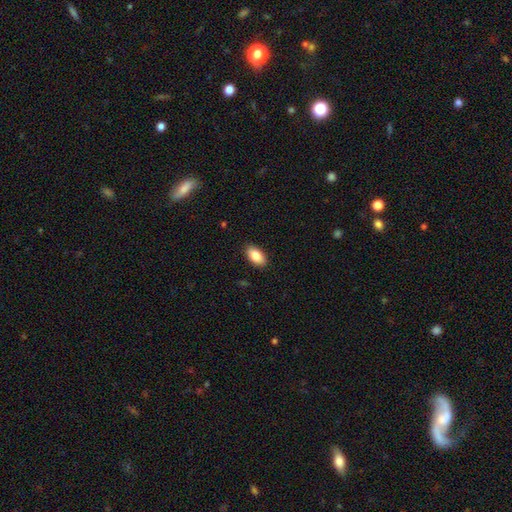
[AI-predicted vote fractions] Morphology: type=smooth (86%); roundness=in between (93%); merging=none (89%).